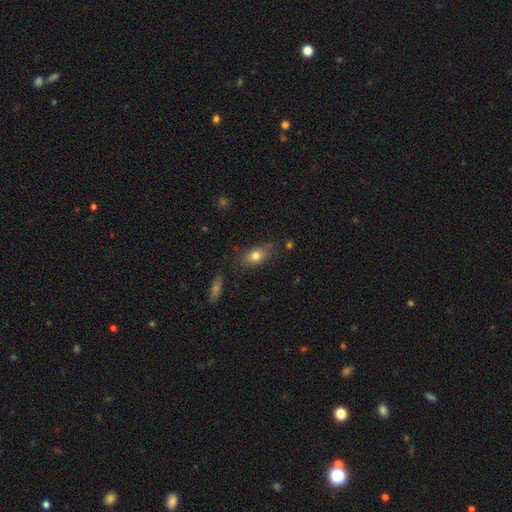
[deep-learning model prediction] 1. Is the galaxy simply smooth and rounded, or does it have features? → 76% smooth, 14% featured or disk, 9% star or artifact.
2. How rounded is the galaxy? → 80% in between, 13% round, 7% cigar-shaped.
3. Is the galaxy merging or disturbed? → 76% none, 17% minor disturbance, 4% major disturbance, 4% merger.